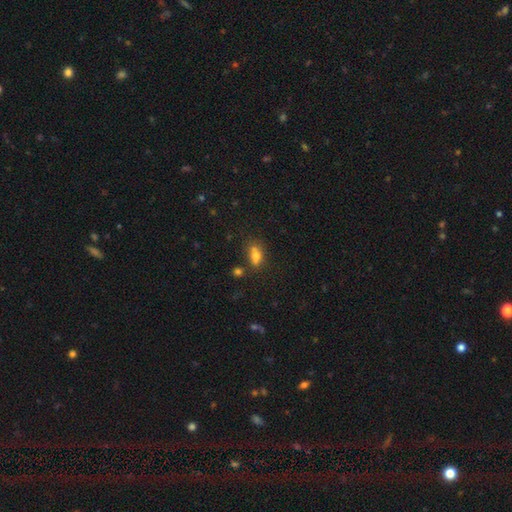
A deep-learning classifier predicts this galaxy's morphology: smooth 71%, star or artifact 15%, featured or disk 14%. Down the decision tree: how rounded — in between (74%); merging — none (41%).